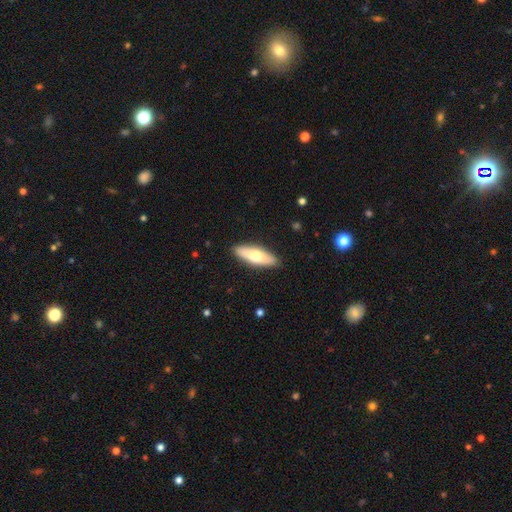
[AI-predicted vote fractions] A smooth galaxy with no disk features (63%) that is in between round and cigar-shaped (57%).

Vote fractions:
- Smooth or featured? smooth: 63% / featured or disk: 32% / star or artifact: 5%
- How rounded? in between: 57% / cigar-shaped: 40% / round: 2%
- Merging? none: 89% / minor disturbance: 8% / major disturbance: 2% / merger: 1%